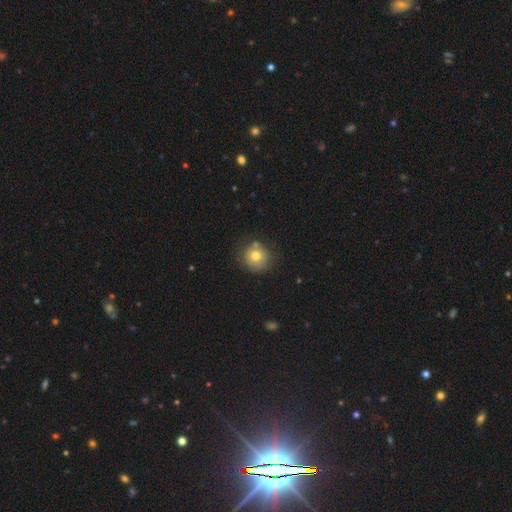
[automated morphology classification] Smooth or featured?
  - smooth: 71% *
  - featured or disk: 19%
  - star or artifact: 10%
How rounded?
  - round: 91% *
  - in between: 8%
  - cigar-shaped: 1%
Merging?
  - none: 74% *
  - minor disturbance: 15%
  - merger: 6%
  - major disturbance: 5%